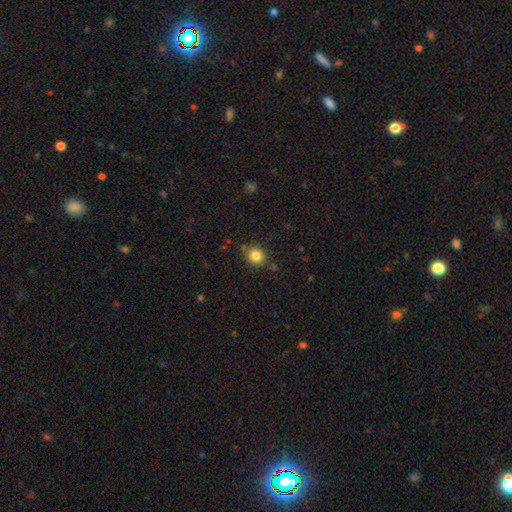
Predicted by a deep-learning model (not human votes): Smooth or featured? Predicted: smooth (p=0.83). How rounded? Predicted: round (p=0.85). Merging? Predicted: none (p=0.81).